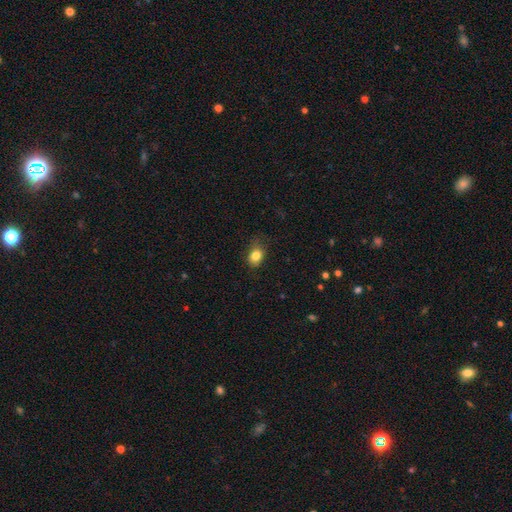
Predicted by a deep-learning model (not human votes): Smooth or featured: smooth — 83% (star or artifact — 10%)
How rounded: in between — 61% (round — 37%)
Merging: none — 67% (minor disturbance — 25%)